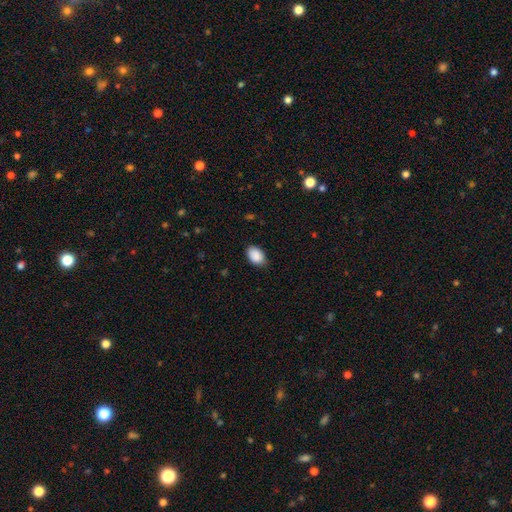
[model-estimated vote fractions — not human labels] Q: Smooth or featured?
A: smooth (90%); runner-up: star or artifact (7%)
Q: How rounded?
A: in between (87%); runner-up: round (12%)
Q: Merging?
A: none (80%); runner-up: minor disturbance (16%)